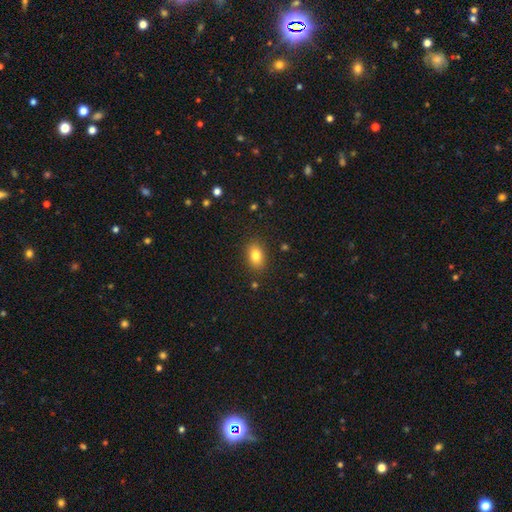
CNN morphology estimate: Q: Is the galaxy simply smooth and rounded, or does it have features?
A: smooth — 82%.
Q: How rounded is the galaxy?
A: in between — 80%.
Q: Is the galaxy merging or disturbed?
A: none — 87%.